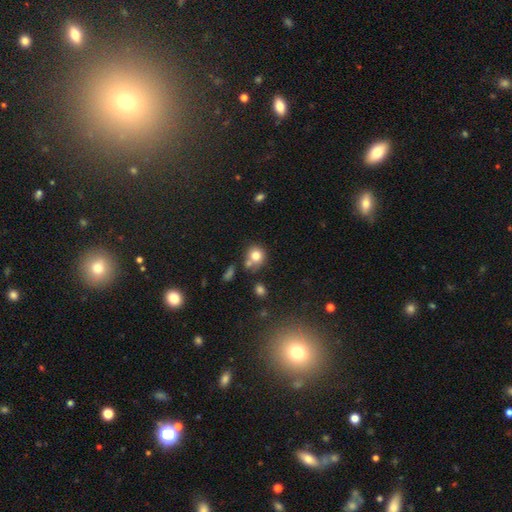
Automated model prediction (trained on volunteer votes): Smooth or featured? Predicted: smooth (p=0.78). How rounded? Predicted: round (p=0.84). Merging? Predicted: none (p=0.58).